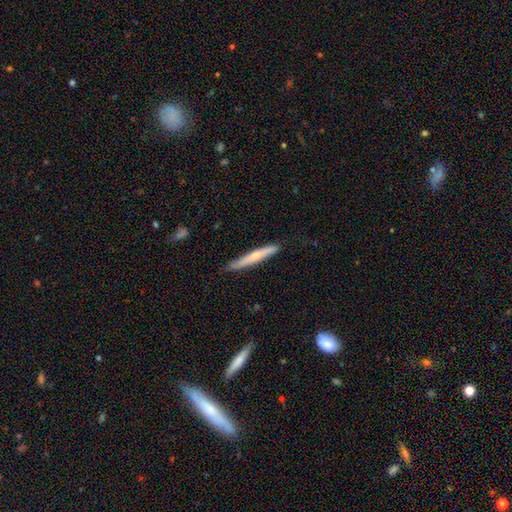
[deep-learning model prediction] Q: Smooth or featured?
A: smooth (53%); runner-up: featured or disk (41%)
Q: How rounded?
A: cigar-shaped (95%); runner-up: in between (3%)
Q: Merging?
A: none (81%); runner-up: minor disturbance (15%)